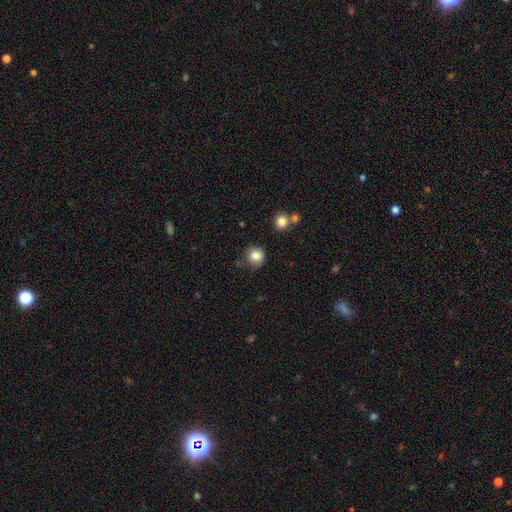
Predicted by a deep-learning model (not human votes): Smooth or featured?
  - smooth: 83% *
  - star or artifact: 10%
  - featured or disk: 6%
How rounded?
  - round: 89% *
  - in between: 10%
  - cigar-shaped: 1%
Merging?
  - none: 78% *
  - minor disturbance: 15%
  - merger: 4%
  - major disturbance: 3%